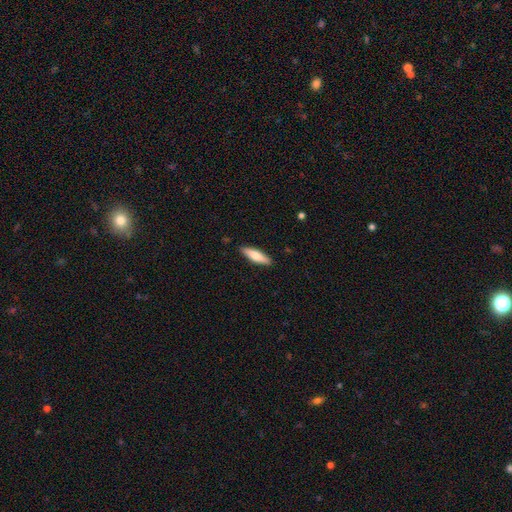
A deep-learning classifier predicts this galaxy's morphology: Smooth or featured?
  - smooth: 73% *
  - featured or disk: 22%
  - star or artifact: 5%
How rounded?
  - cigar-shaped: 62% *
  - in between: 36%
  - round: 2%
Merging?
  - none: 88% *
  - minor disturbance: 9%
  - major disturbance: 2%
  - merger: 1%